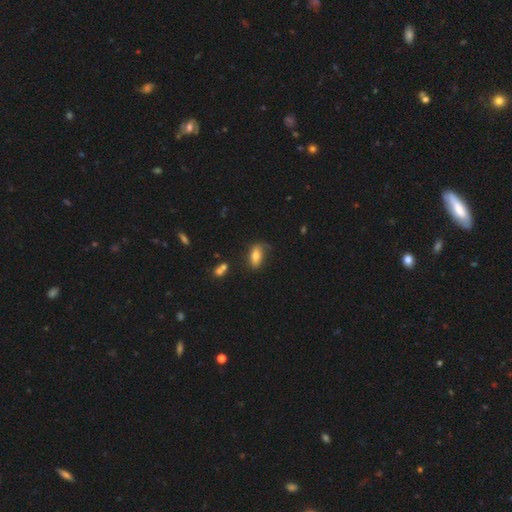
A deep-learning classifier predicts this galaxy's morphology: smooth 79%, featured or disk 13%, star or artifact 8%. Down the decision tree: how rounded — in between (88%); merging — none (62%).